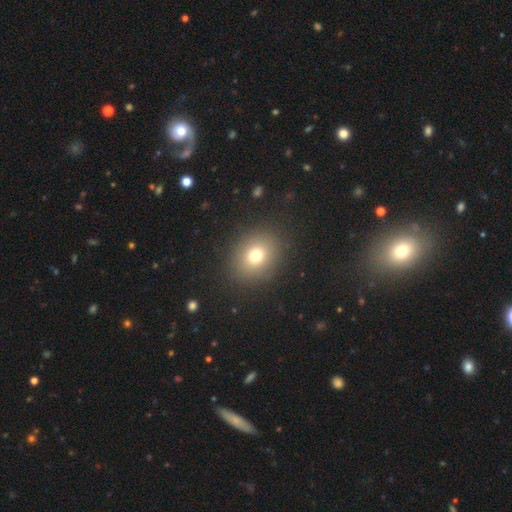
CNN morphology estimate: Q: Smooth or featured?
A: smooth (75%); runner-up: star or artifact (14%)
Q: How rounded?
A: round (65%); runner-up: in between (34%)
Q: Merging?
A: none (87%); runner-up: minor disturbance (8%)